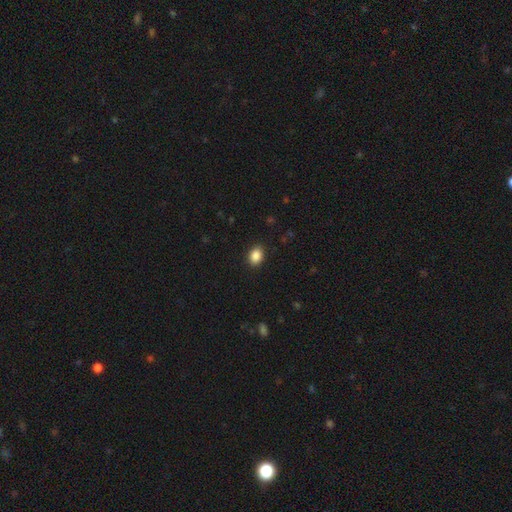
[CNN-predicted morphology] Overall: smooth (88%). How rounded: in between (71%). Merging: none (89%).